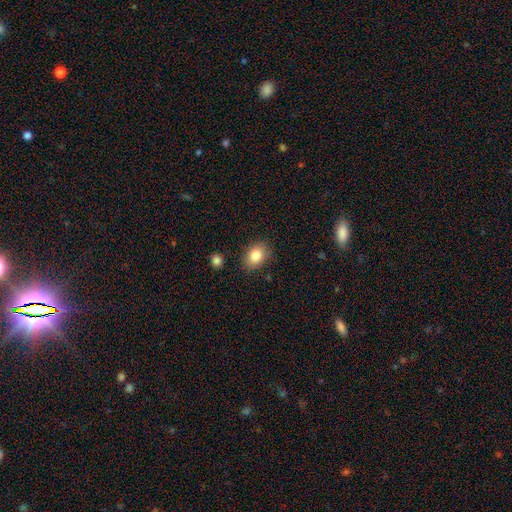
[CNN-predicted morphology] smooth 84%, star or artifact 9%, featured or disk 8%. Down the decision tree: how rounded — in between (64%); merging — none (84%).